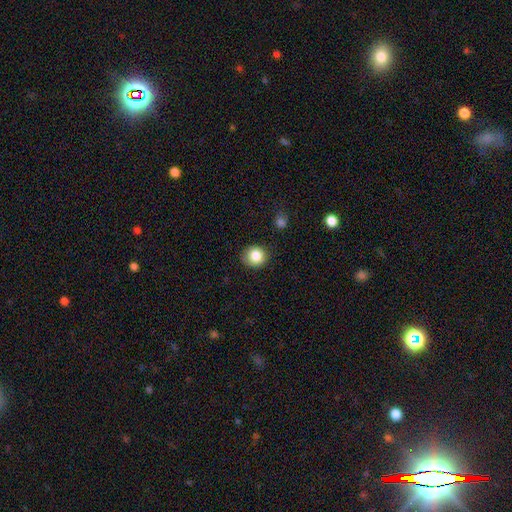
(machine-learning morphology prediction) Smooth or featured? smooth (84%)
How rounded? round (88%)
Merging? none (86%)